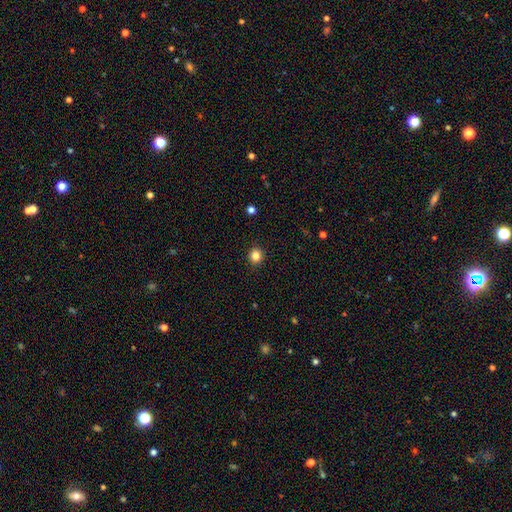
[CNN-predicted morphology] type=smooth (84%); roundness=round (88%); merging=none (92%).